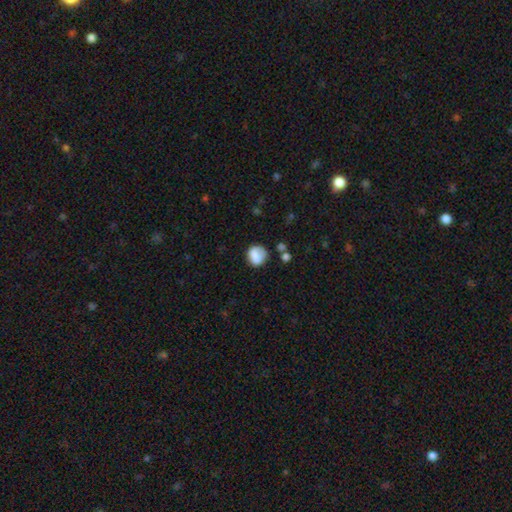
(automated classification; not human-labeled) smooth-or-featured: smooth: 75% | featured or disk: 16% | star or artifact: 9%
  how-rounded: round: 78% | in between: 21% | cigar-shaped: 1%
  merging: none: 57% | minor disturbance: 23% | major disturbance: 11% | merger: 9%